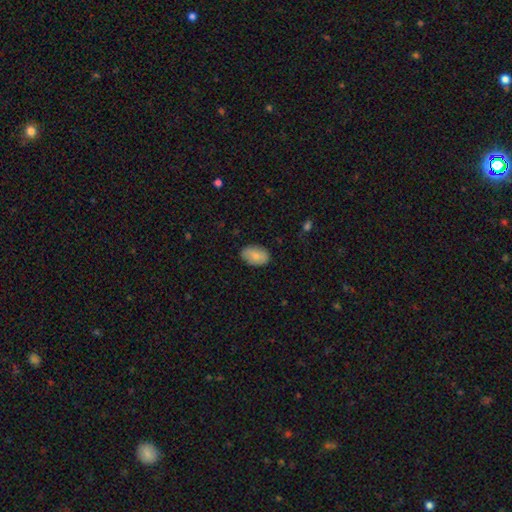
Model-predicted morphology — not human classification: smooth_or_featured: smooth (p=0.85) [alt: featured or disk p=0.08]
how_rounded: in between (p=0.91) [alt: round p=0.08]
merging: none (p=0.85) [alt: minor disturbance p=0.11]